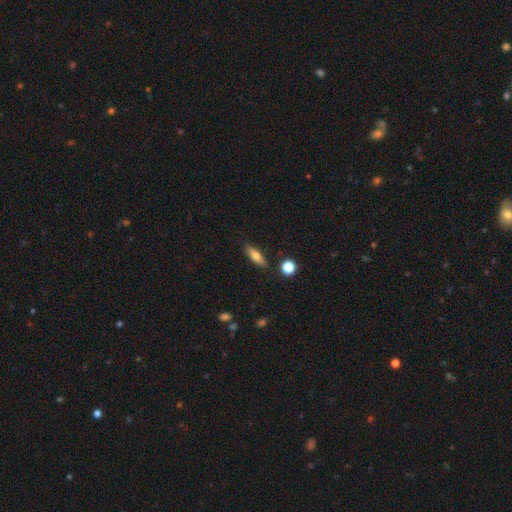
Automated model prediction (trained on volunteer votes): The model was most divided on "how rounded": cigar-shaped: 50%, in between: 46%, round: 4%. More confident: merging — none (86%); smooth or featured — smooth (70%).